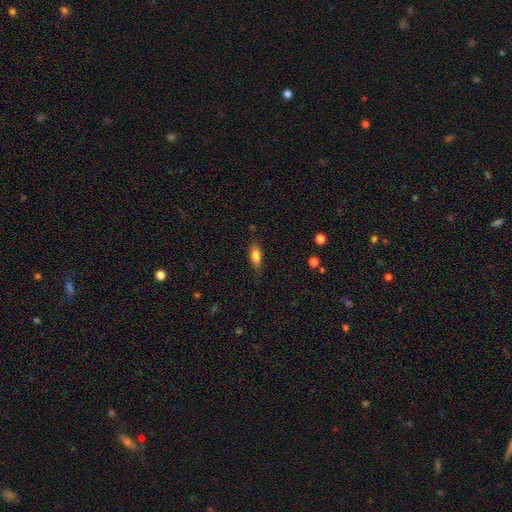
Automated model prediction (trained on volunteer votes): smooth 75%, featured or disk 18%, star or artifact 8%. Down the decision tree: how rounded — in between (70%); merging — none (76%).